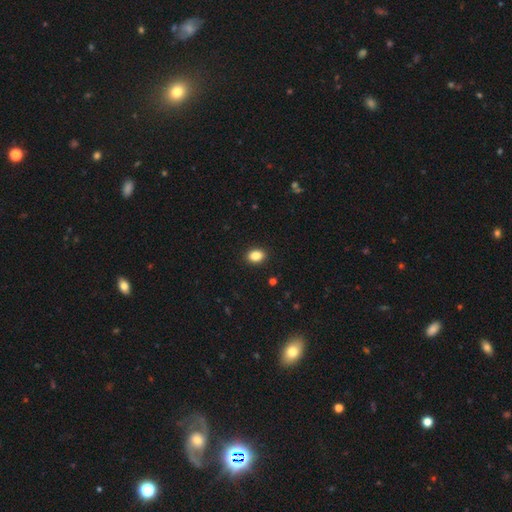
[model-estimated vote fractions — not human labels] The model was most divided on "how rounded": in between: 71%, round: 28%, cigar-shaped: 1%. More confident: merging — none (91%); smooth or featured — smooth (86%).